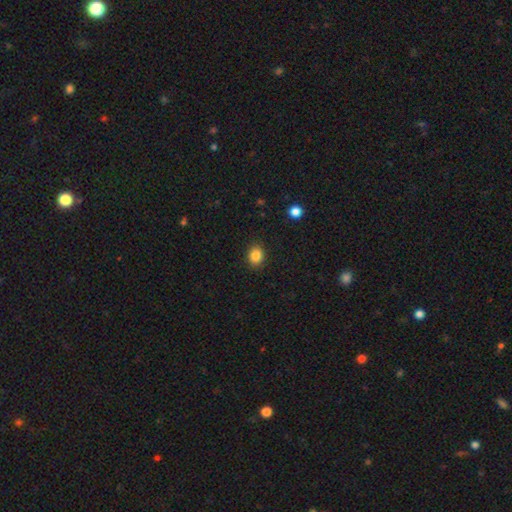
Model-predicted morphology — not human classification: The model was most divided on "how rounded": round: 54%, in between: 45%, cigar-shaped: 1%. More confident: merging — none (89%); smooth or featured — smooth (86%).